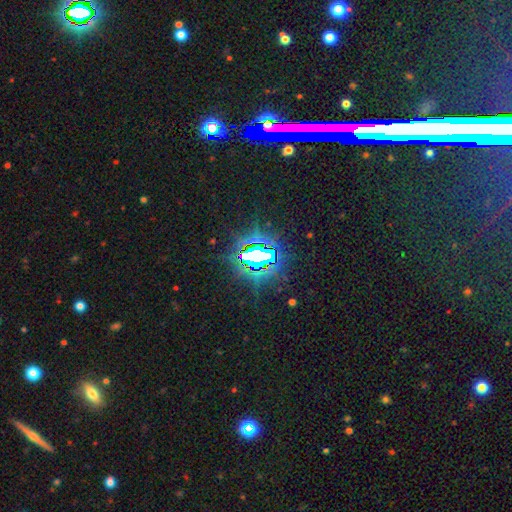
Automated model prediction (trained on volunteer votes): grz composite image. It shows a star or artifact, not a galaxy (81%).